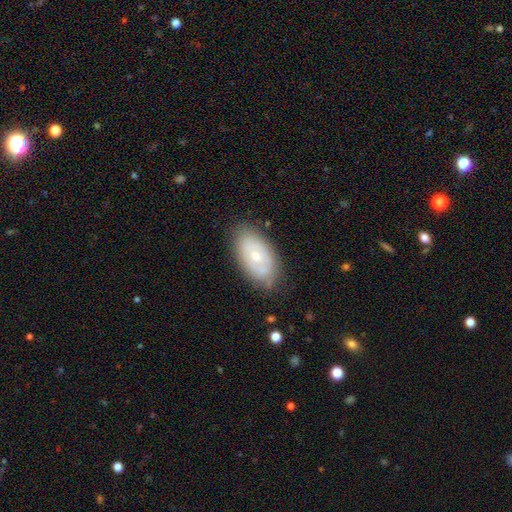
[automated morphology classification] A smooth galaxy with no disk features (48%).

Vote fractions:
- Smooth or featured? smooth: 48% / featured or disk: 45% / star or artifact: 7%
- Merging? none: 75% / minor disturbance: 19% / major disturbance: 5% / merger: 2%